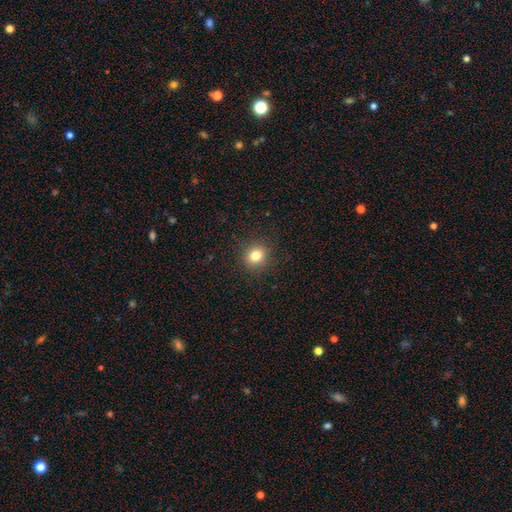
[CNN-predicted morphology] type=smooth (81%); roundness=round (86%); merging=none (90%).